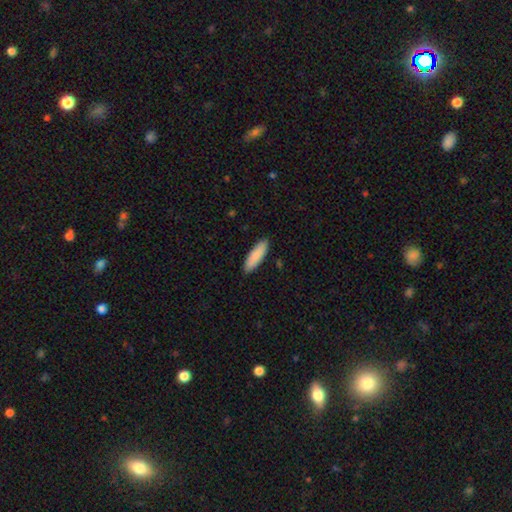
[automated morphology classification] This is clearly a smooth galaxy (87%). How rounded: possibly cigar-shaped (52%). Merging: clearly none (89%).